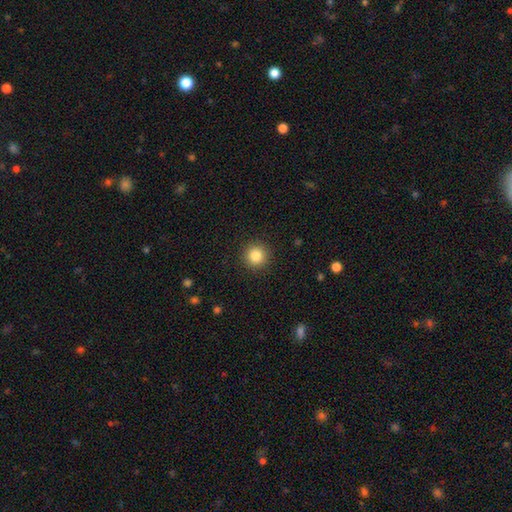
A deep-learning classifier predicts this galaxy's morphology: Smooth or featured?
  - smooth: 84% *
  - star or artifact: 10%
  - featured or disk: 5%
How rounded?
  - round: 94% *
  - in between: 5%
  - cigar-shaped: 1%
Merging?
  - none: 92% *
  - minor disturbance: 5%
  - major disturbance: 2%
  - merger: 1%